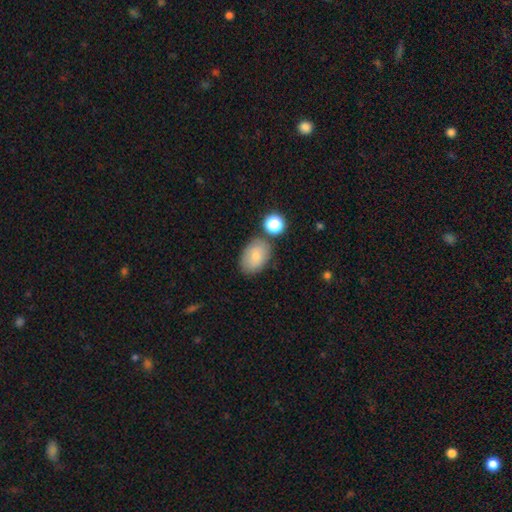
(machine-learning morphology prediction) This is likely a smooth galaxy (76%). How rounded: clearly in between (83%). Merging: likely none (71%).